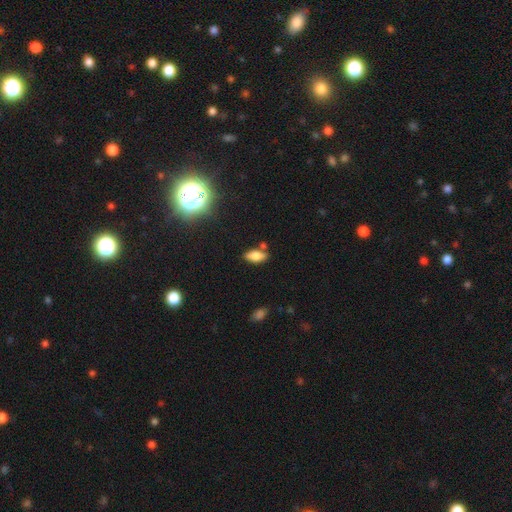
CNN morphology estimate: Q: Smooth or featured?
A: smooth (76%); runner-up: featured or disk (15%)
Q: How rounded?
A: in between (85%); runner-up: cigar-shaped (11%)
Q: Merging?
A: none (76%); runner-up: minor disturbance (13%)